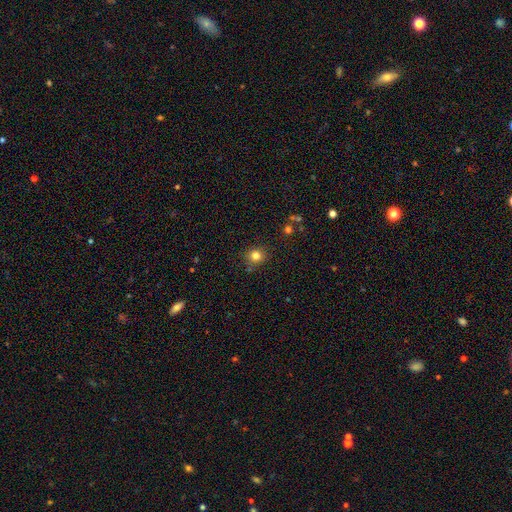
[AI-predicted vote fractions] Smooth or featured? Predicted: smooth (p=0.81). How rounded? Predicted: round (p=0.87). Merging? Predicted: none (p=0.84).